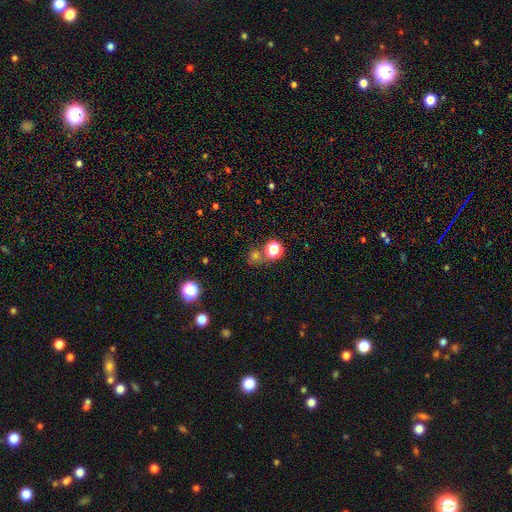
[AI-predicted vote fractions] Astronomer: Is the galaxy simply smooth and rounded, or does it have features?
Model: smooth — 58% (runner-up: star or artifact, 34%).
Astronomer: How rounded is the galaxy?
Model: round — 86%.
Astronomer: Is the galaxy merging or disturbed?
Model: none — 68%.